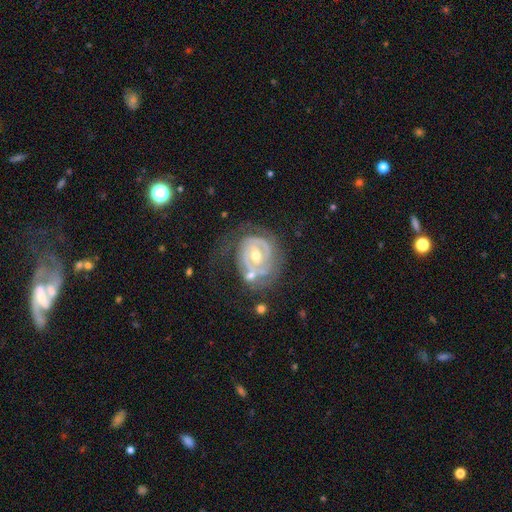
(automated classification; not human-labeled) This is clearly a featured or disk galaxy (86%). It is clearly not viewed edge-on (97%). Bar: possibly no (53%). Spiral arm pattern: clearly yes (90%). Spiral arm count: possibly 2 (53%). Spiral winding: likely tight (70%). Central bulge: likely moderate (61%). Merging: possibly none (53%).